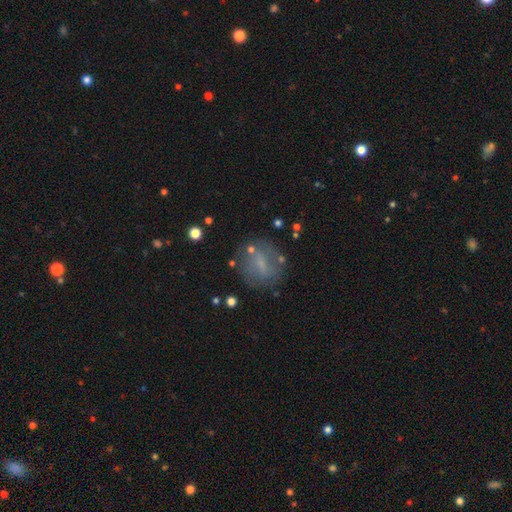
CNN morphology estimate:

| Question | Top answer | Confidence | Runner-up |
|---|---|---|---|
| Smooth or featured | smooth | 48% | featured or disk (40%) |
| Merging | none | 69% | minor disturbance (17%) |